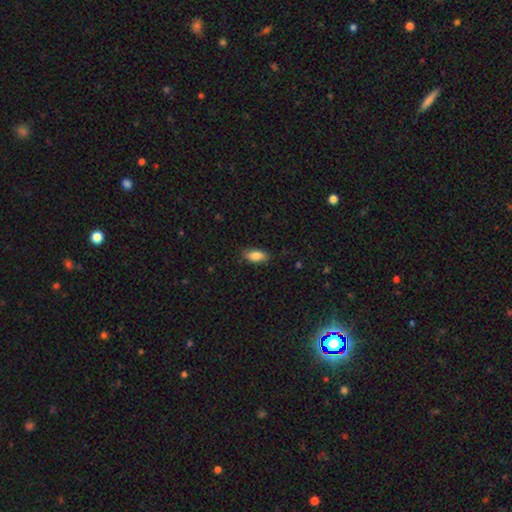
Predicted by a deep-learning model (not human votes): Smooth or featured: smooth — 86% (star or artifact — 7%)
How rounded: in between — 90% (cigar-shaped — 7%)
Merging: none — 83% (minor disturbance — 13%)